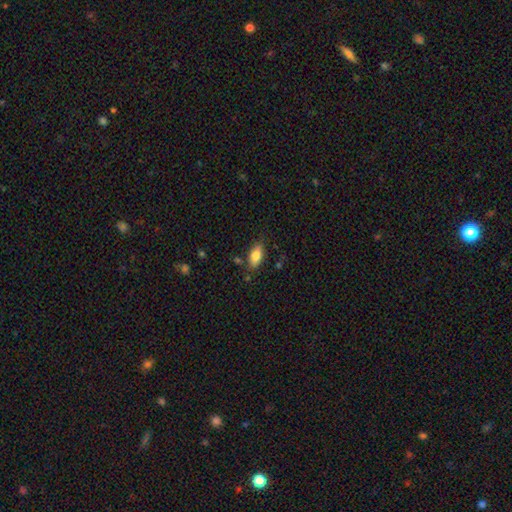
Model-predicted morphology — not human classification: Smooth or featured: smooth — 81% (featured or disk — 12%)
How rounded: in between — 88% (cigar-shaped — 9%)
Merging: none — 81% (minor disturbance — 13%)